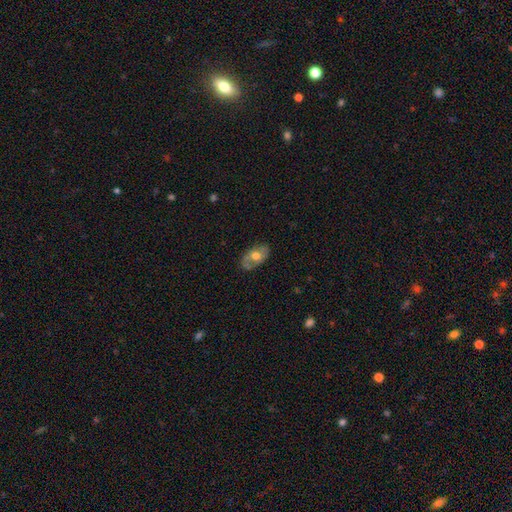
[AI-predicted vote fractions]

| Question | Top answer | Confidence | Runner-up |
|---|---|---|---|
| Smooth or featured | featured or disk | 48% | smooth (45%) |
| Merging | none | 77% | minor disturbance (17%) |